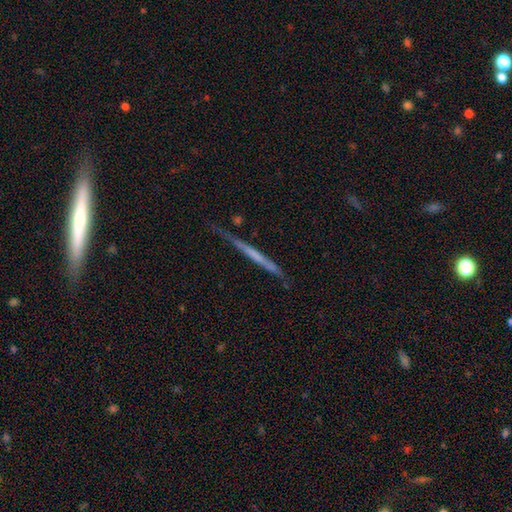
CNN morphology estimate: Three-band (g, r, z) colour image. It shows a featured or disk galaxy (58%) viewed edge-on (96%) with no central bulge (85%). Merging: none (77%).